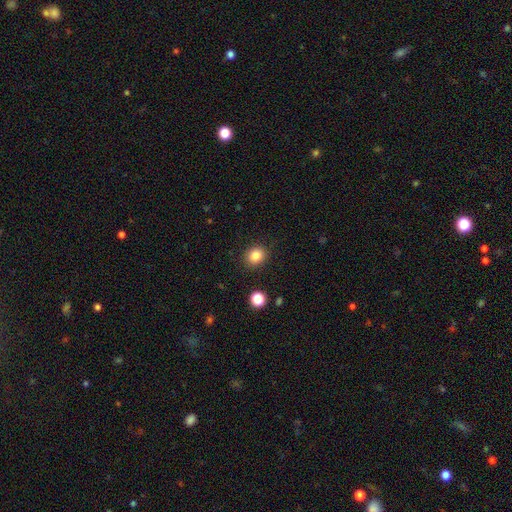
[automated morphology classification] The model was most divided on "how rounded": round: 68%, in between: 31%, cigar-shaped: 1%. More confident: merging — none (89%); smooth or featured — smooth (84%).